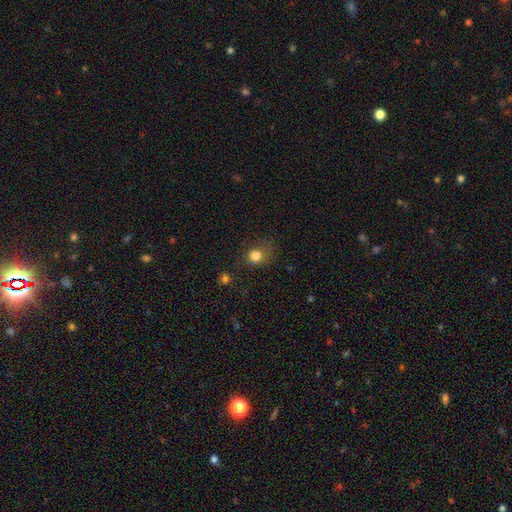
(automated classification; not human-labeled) This is likely a smooth galaxy (80%). How rounded: likely round (79%). Merging: likely none (62%).